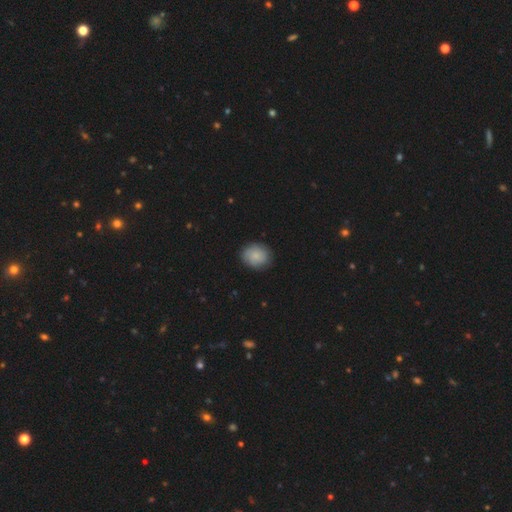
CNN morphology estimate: smooth 77%, featured or disk 16%, star or artifact 7%. Down the decision tree: how rounded — round (63%); merging — none (84%).